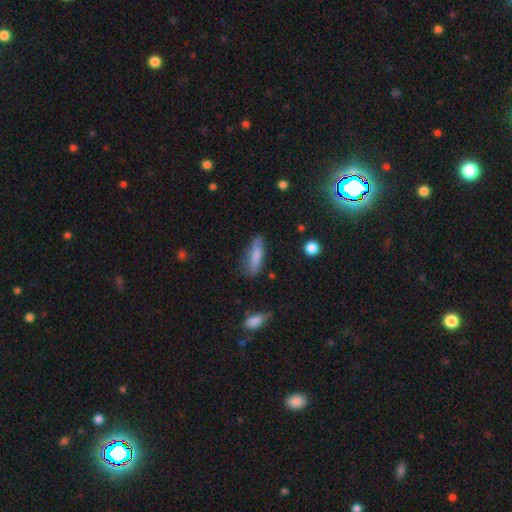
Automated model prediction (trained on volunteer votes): smooth-or-featured: smooth: 76% | featured or disk: 17% | star or artifact: 7%
  how-rounded: cigar-shaped: 49% (tied) | in between: 49% (tied) | round: 2%
  merging: none: 64% | minor disturbance: 26% | major disturbance: 7% | merger: 3%